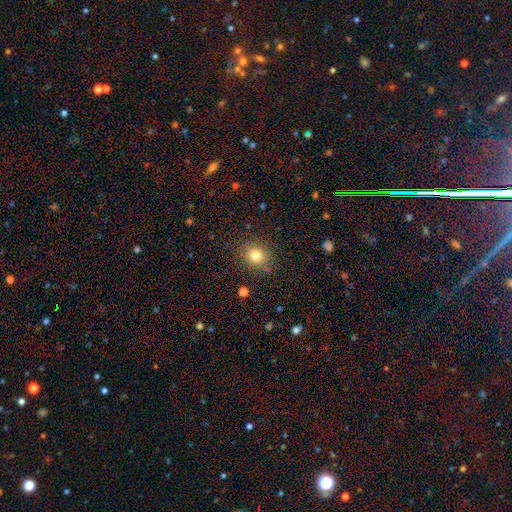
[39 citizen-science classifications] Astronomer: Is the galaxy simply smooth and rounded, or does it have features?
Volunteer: smooth — 79%.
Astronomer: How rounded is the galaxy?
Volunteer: round — 87%.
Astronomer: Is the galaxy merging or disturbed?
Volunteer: none — 91%.